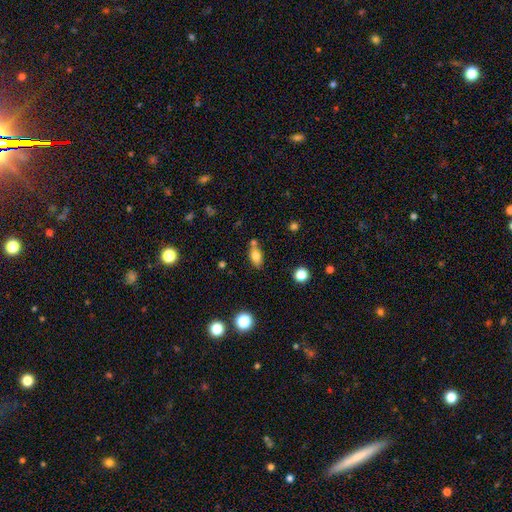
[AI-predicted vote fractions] smooth 77%, featured or disk 13%, star or artifact 10%. Down the decision tree: how rounded — in between (84%); merging — none (60%).